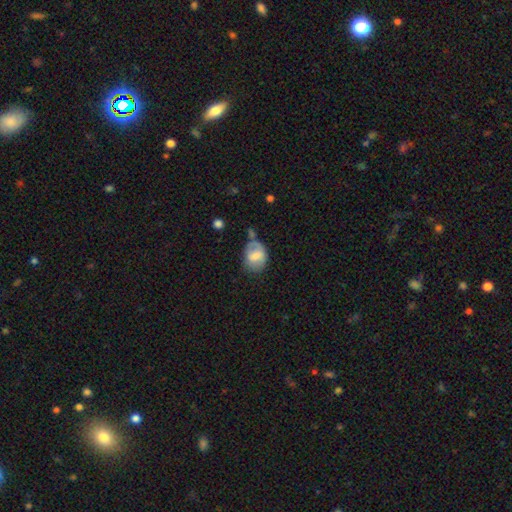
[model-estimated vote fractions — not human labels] A smooth galaxy with no disk features (65%) that is in between round and cigar-shaped (60%).

Vote fractions:
- Smooth or featured? smooth: 65% / featured or disk: 27% / star or artifact: 8%
- How rounded? in between: 60% / round: 39% / cigar-shaped: 1%
- Merging? none: 43% / minor disturbance: 31% / major disturbance: 15% / merger: 12%